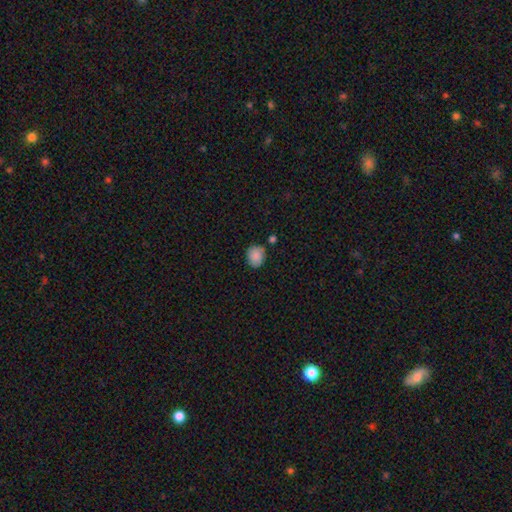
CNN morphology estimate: Overall: smooth (88%). How rounded: round (62%; in between 37%). Merging: none (75%).